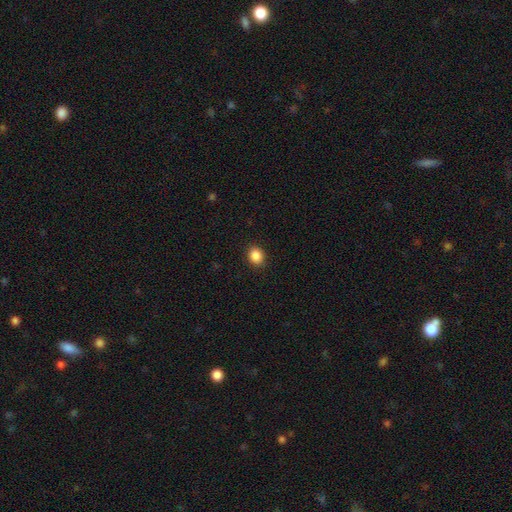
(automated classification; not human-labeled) smooth_or_featured: smooth (p=0.87) [alt: star or artifact p=0.10]
how_rounded: round (p=0.64) [alt: in between p=0.35]
merging: none (p=0.91) [alt: minor disturbance p=0.06]